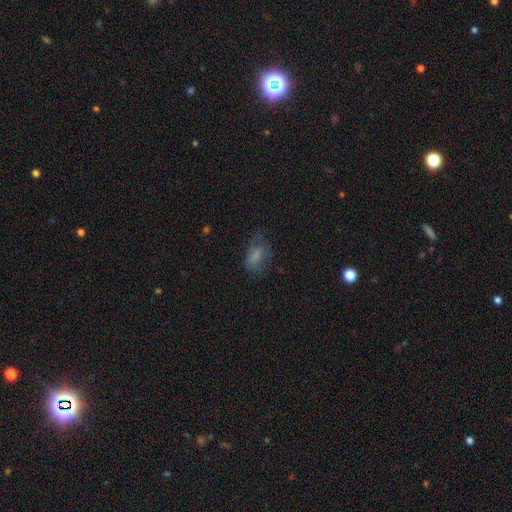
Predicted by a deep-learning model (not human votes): Overall: smooth (71%). How rounded: in between (86%). Merging: none (59%; minor disturbance 24%).